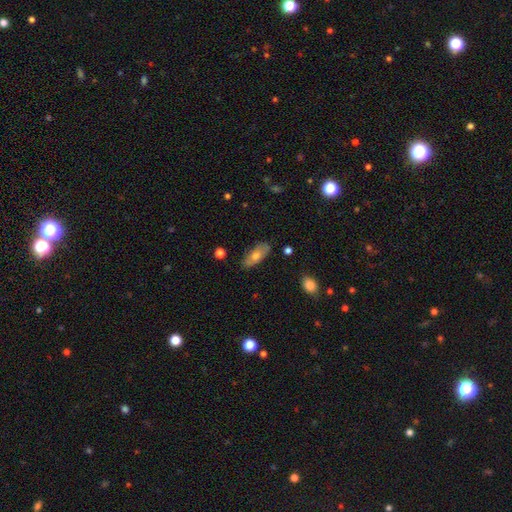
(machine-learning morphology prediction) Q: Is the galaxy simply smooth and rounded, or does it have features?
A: smooth — 61%.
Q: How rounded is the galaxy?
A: in between — 78%.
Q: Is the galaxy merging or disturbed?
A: none — 81%.